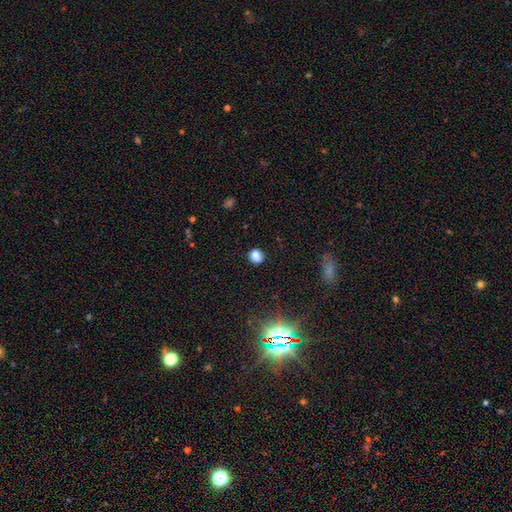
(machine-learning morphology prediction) Smooth or featured?
  - smooth: 82% *
  - star or artifact: 13%
  - featured or disk: 5%
How rounded?
  - round: 66% *
  - in between: 33%
  - cigar-shaped: 1%
Merging?
  - none: 86% *
  - minor disturbance: 10%
  - major disturbance: 3%
  - merger: 1%